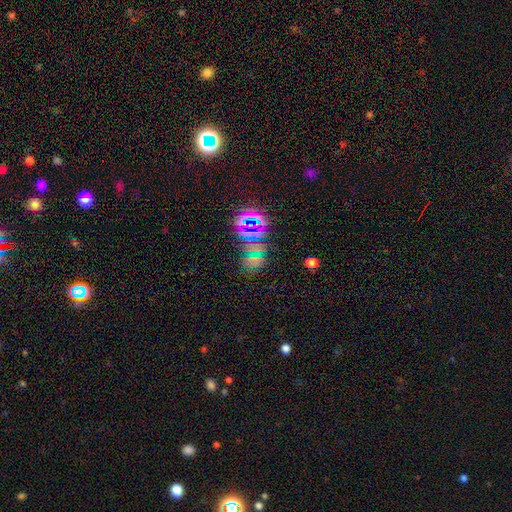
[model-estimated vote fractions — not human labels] Morphology: type=star or artifact (64%).